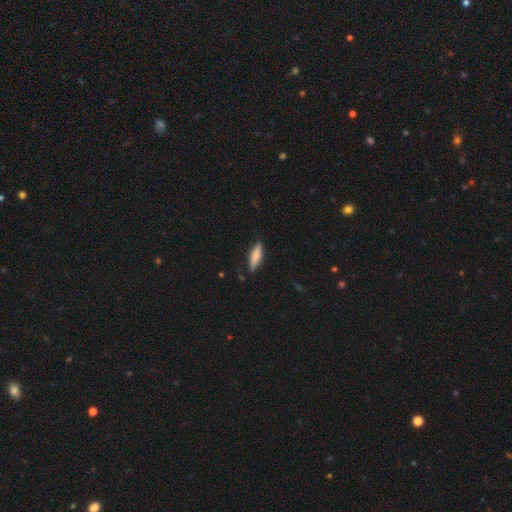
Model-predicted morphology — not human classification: smooth 73%, featured or disk 21%, star or artifact 6%. Down the decision tree: how rounded — cigar-shaped (61%); merging — none (83%).